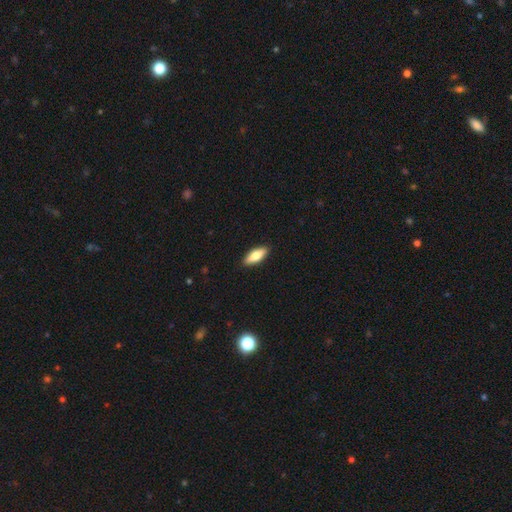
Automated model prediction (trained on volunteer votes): The model was most divided on "how rounded": in between: 72%, cigar-shaped: 26%, round: 2%. More confident: merging — none (90%); smooth or featured — smooth (74%).